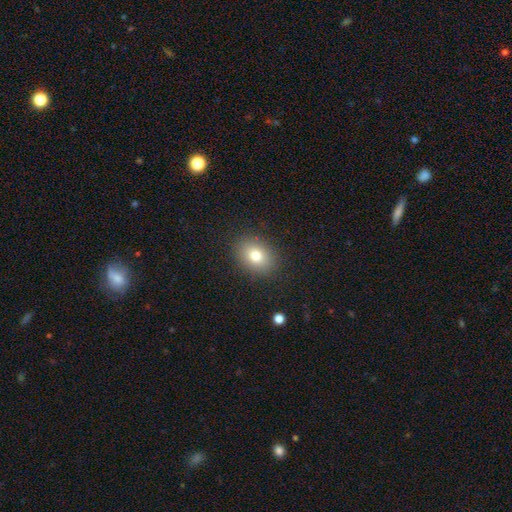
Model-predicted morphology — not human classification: The model was most divided on "how rounded": in between: 56%, round: 43%, cigar-shaped: 1%. More confident: merging — none (88%); smooth or featured — smooth (78%).